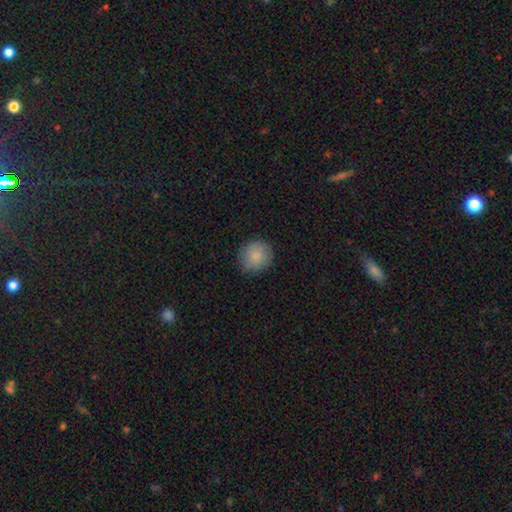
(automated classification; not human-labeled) Smooth or featured? smooth (87%)
How rounded? round (89%)
Merging? none (87%)